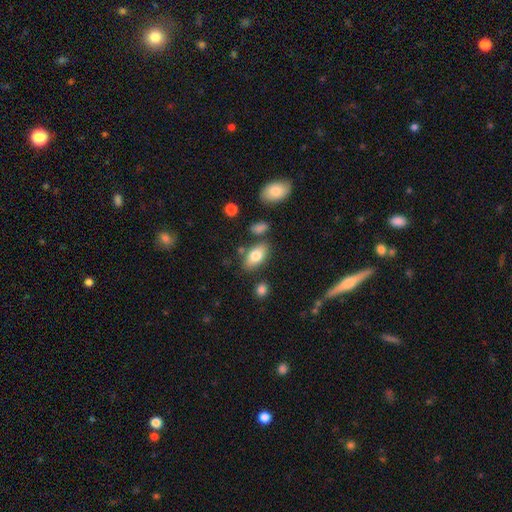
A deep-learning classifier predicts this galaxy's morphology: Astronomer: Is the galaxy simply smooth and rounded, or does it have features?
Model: smooth — 79%.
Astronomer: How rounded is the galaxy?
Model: in between — 91%.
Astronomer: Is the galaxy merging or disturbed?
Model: none — 77%.